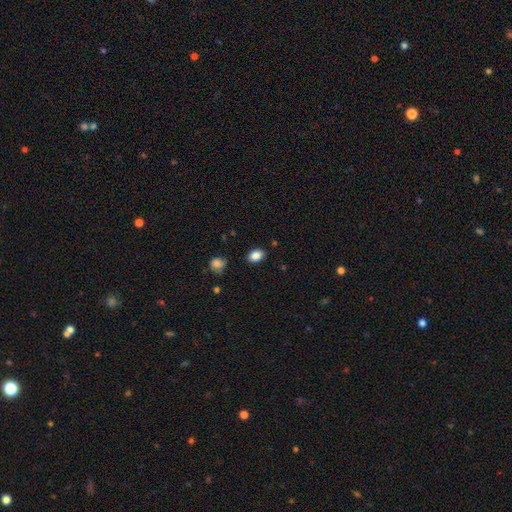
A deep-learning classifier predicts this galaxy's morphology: smooth-or-featured: smooth: 87% | star or artifact: 9% | featured or disk: 4%
  how-rounded: in between: 77% | round: 22% | cigar-shaped: 1%
  merging: none: 84% | minor disturbance: 12% | major disturbance: 3% | merger: 2%